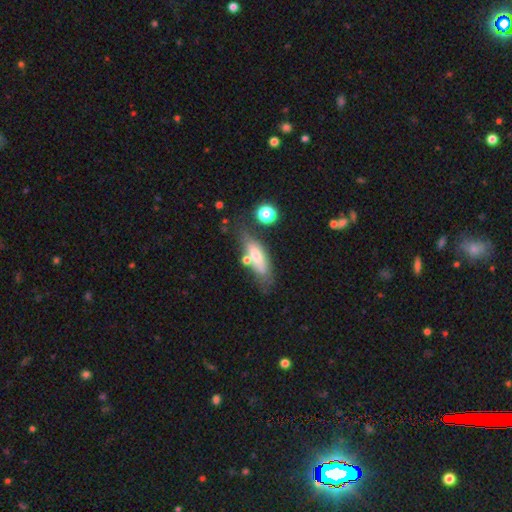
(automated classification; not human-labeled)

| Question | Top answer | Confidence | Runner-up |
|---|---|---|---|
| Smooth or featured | smooth | 55% | featured or disk (36%) |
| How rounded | cigar-shaped | 50% | in between (47%) |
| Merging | none | 60% | minor disturbance (21%) |